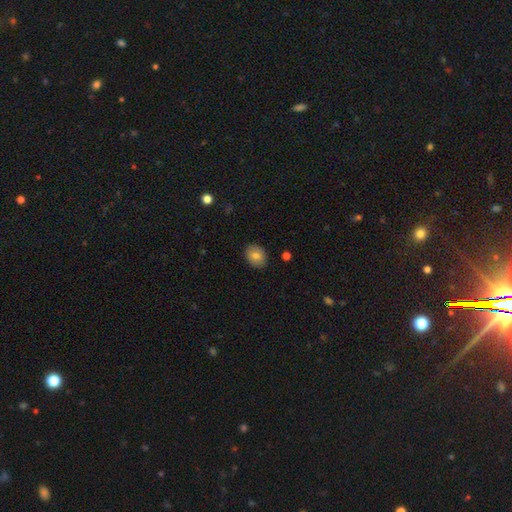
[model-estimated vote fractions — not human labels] smooth 77%, featured or disk 14%, star or artifact 8%. Down the decision tree: how rounded — in between (50%); merging — none (89%).